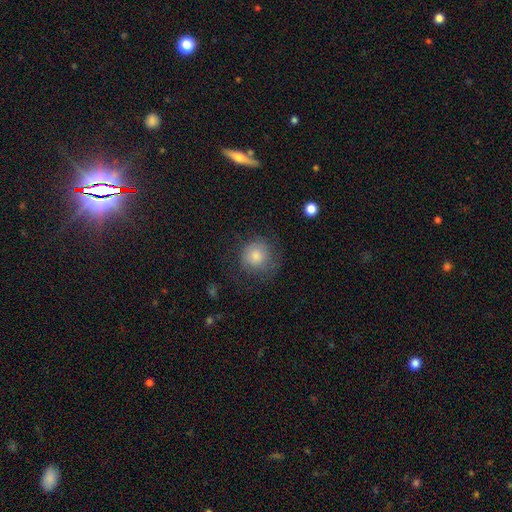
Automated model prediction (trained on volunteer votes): This appears to be a smooth galaxy with no disk features (69%) that is round (91%). Merging: none (69%).